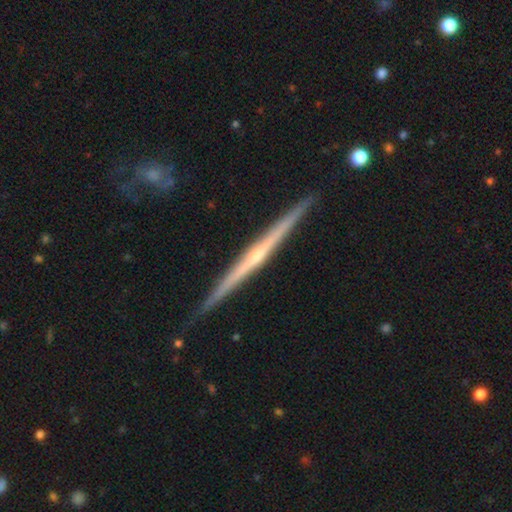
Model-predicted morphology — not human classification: A featured or disk galaxy (79%) viewed edge-on (98%) with no central bulge (53%).

Vote fractions:
- Smooth or featured? featured or disk: 79% / smooth: 16% / star or artifact: 5%
- Edge-on disk? yes: 98% / no: 2%
- Edge-on bulge? none: 53% / rounded: 42% / boxy: 5%
- Merging? none: 90% / minor disturbance: 7% / merger: 1% / major disturbance: 1%